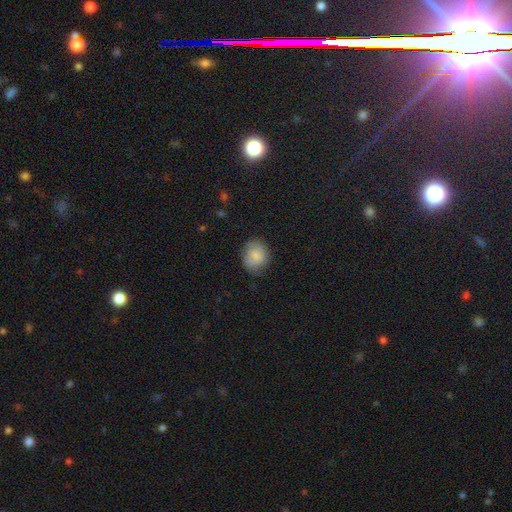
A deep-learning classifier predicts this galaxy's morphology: smooth 79%, featured or disk 14%, star or artifact 7%. Down the decision tree: how rounded — round (65%); merging — none (69%).